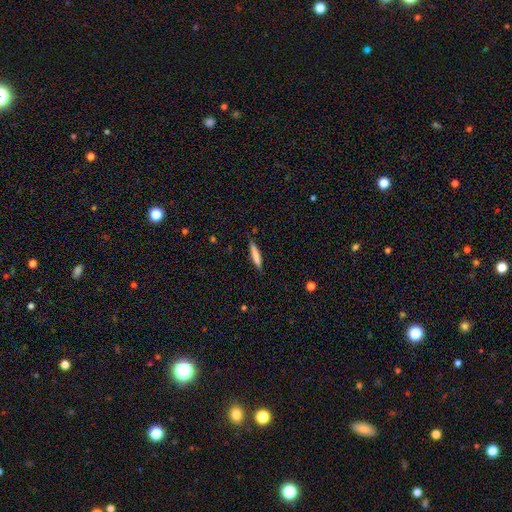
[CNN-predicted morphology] smooth-or-featured: smooth: 78% | featured or disk: 16% | star or artifact: 6%
  how-rounded: cigar-shaped: 91% | in between: 8% | round: 1%
  merging: none: 87% | minor disturbance: 10% | major disturbance: 2% | merger: 1%